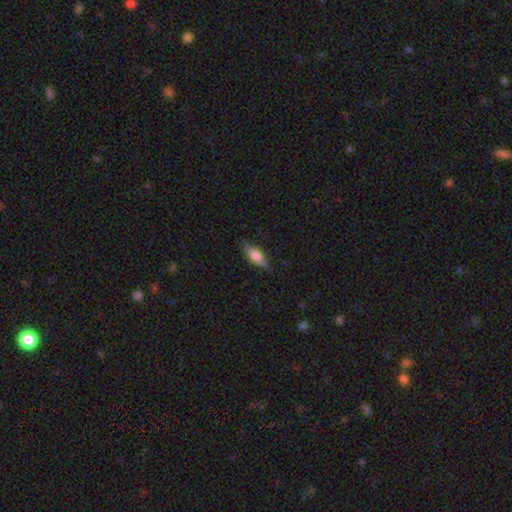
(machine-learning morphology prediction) Q: Smooth or featured?
A: smooth (55%); runner-up: featured or disk (37%)
Q: How rounded?
A: in between (63%); runner-up: cigar-shaped (33%)
Q: Merging?
A: none (81%); runner-up: minor disturbance (15%)